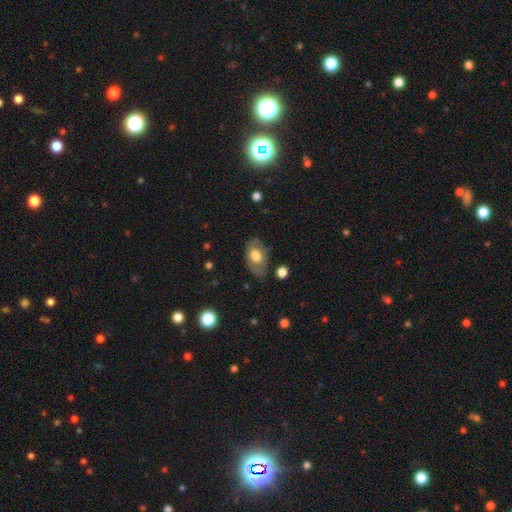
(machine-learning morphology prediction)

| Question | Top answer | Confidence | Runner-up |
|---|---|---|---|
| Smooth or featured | smooth | 59% | featured or disk (34%) |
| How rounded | in between | 88% | round (11%) |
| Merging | none | 66% | minor disturbance (23%) |